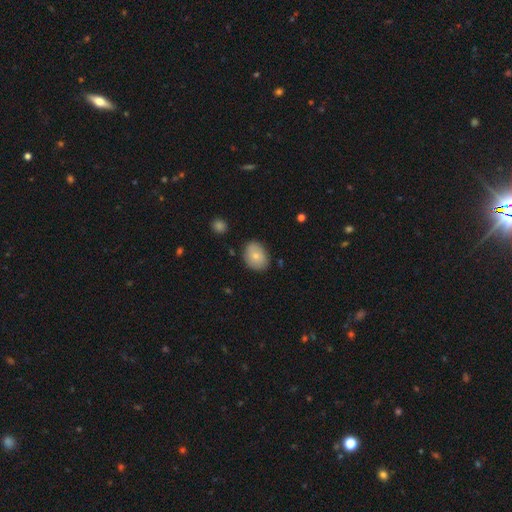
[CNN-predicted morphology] Smooth or featured?
  - smooth: 75% *
  - featured or disk: 17%
  - star or artifact: 8%
How rounded?
  - in between: 69% *
  - round: 30%
  - cigar-shaped: 1%
Merging?
  - none: 79% *
  - minor disturbance: 16%
  - major disturbance: 3%
  - merger: 2%